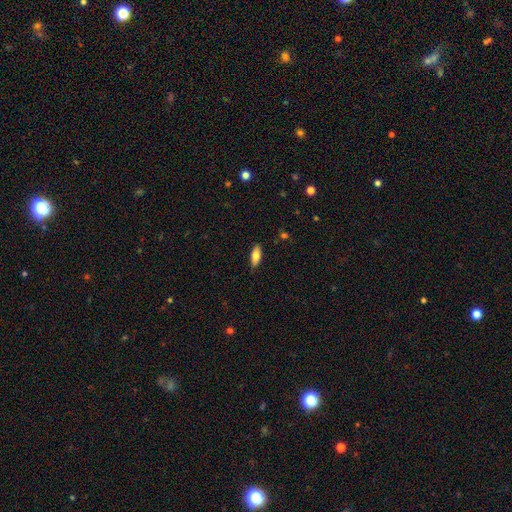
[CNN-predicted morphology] smooth_or_featured: smooth (p=0.78) [alt: featured or disk p=0.16]
how_rounded: in between (p=0.76) [alt: cigar-shaped p=0.21]
merging: none (p=0.85) [alt: minor disturbance p=0.12]